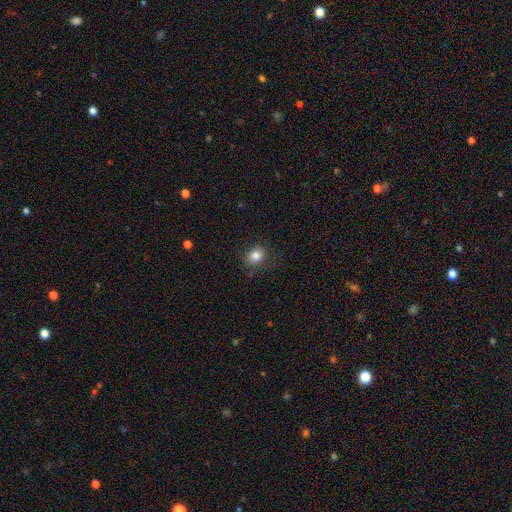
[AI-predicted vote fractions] A smooth galaxy with no disk features (83%) that is round (62%). Merging: none (78%).